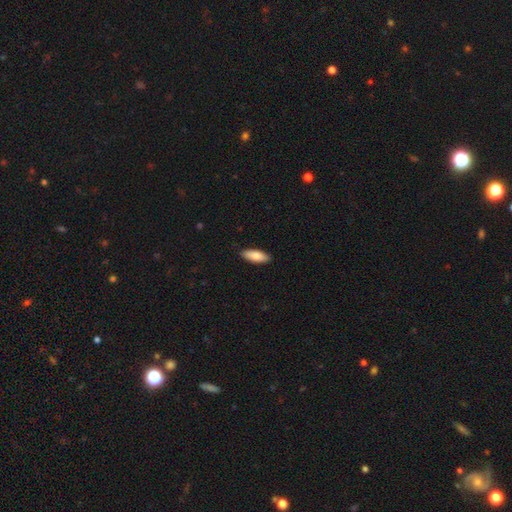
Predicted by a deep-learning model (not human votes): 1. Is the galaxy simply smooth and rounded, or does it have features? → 85% smooth, 10% featured or disk, 5% star or artifact.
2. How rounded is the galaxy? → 73% in between, 25% cigar-shaped, 2% round.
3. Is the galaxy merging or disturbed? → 89% none, 8% minor disturbance, 2% major disturbance, 1% merger.